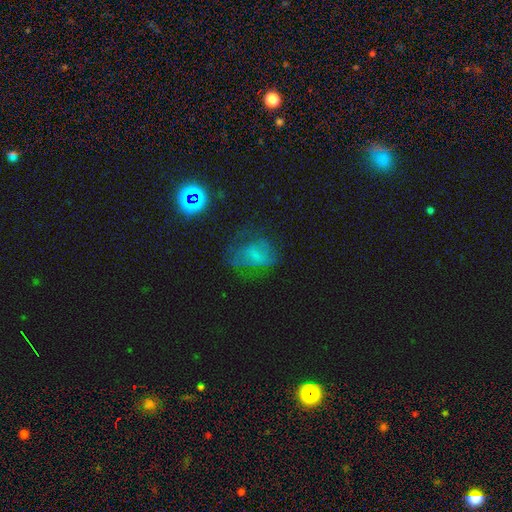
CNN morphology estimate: Overall: smooth (43%; featured or disk 36%). Merging: none (45%; major disturbance 28%).